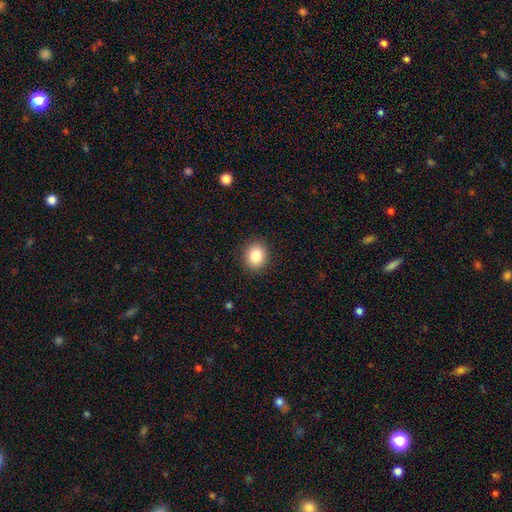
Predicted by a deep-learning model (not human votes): smooth-or-featured: smooth: 86% | star or artifact: 9% | featured or disk: 5%
  how-rounded: round: 64% | in between: 35% | cigar-shaped: 1%
  merging: none: 90% | minor disturbance: 7% | major disturbance: 2% | merger: 1%